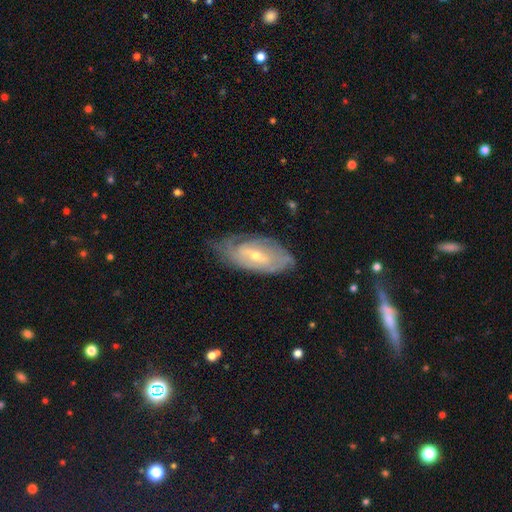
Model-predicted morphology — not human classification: Q: Smooth or featured?
A: featured or disk (72%); runner-up: smooth (21%)
Q: Edge-on disk?
A: no (90%); runner-up: yes (10%)
Q: Bar?
A: weak (46%); runner-up: no (37%)
Q: Spiral arms?
A: yes (81%); runner-up: no (19%)
Q: Spiral winding?
A: tight (63%); runner-up: medium (27%)
Q: Spiral arm count?
A: can't tell (55%); runner-up: 2 (26%)
Q: Bulge size?
A: small (57%); runner-up: moderate (40%)
Q: Merging?
A: none (61%); runner-up: minor disturbance (28%)